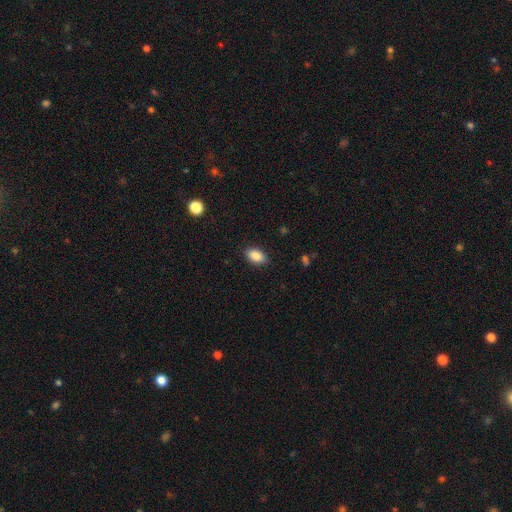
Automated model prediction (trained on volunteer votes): Overall: smooth (88%). How rounded: in between (89%). Merging: none (87%).